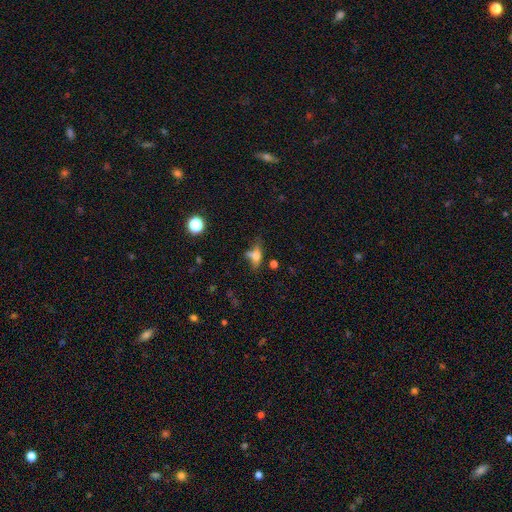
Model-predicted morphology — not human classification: Smooth or featured?
  - smooth: 55% *
  - featured or disk: 29%
  - star or artifact: 17%
How rounded?
  - in between: 66% *
  - cigar-shaped: 22%
  - round: 13%
Merging?
  - none: 39% *
  - minor disturbance: 25%
  - major disturbance: 22%
  - merger: 13%